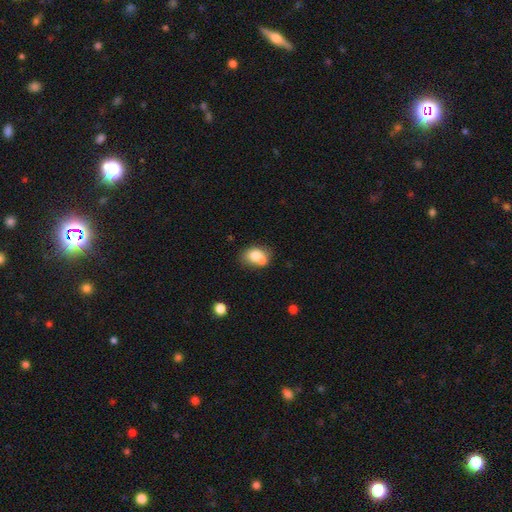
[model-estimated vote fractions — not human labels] The model was most divided on "merging": none: 43%, merger: 41%, minor disturbance: 12%, major disturbance: 4%. More confident: smooth or featured — smooth (74%); how rounded — in between (58%).